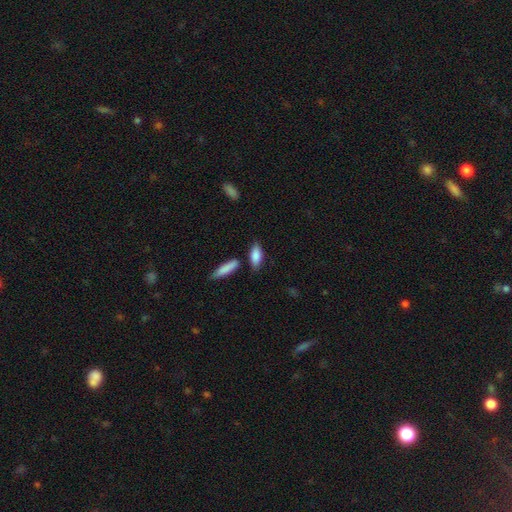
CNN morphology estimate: Smooth or featured?
  - smooth: 84% *
  - featured or disk: 10%
  - star or artifact: 6%
How rounded?
  - in between: 75% *
  - cigar-shaped: 22%
  - round: 3%
Merging?
  - none: 70% *
  - minor disturbance: 16%
  - merger: 10%
  - major disturbance: 4%